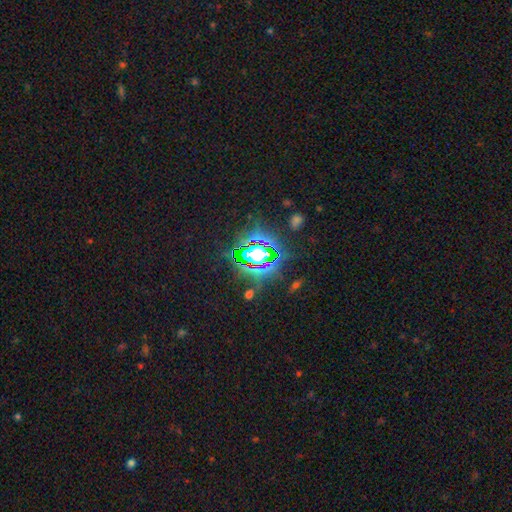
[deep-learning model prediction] smooth_or_featured: star or artifact (p=0.82) [alt: smooth p=0.10]